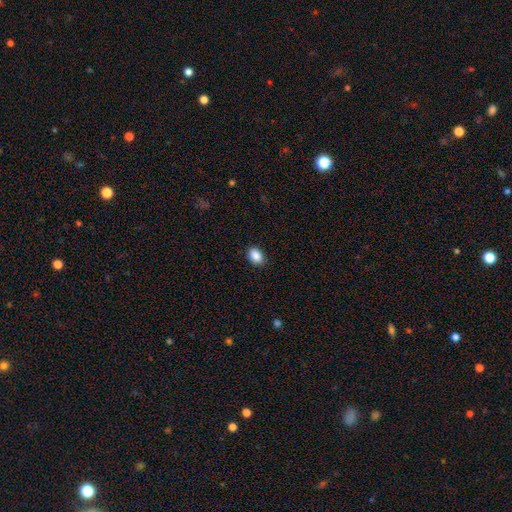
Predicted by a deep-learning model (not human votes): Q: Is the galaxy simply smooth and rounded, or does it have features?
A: smooth — 88%.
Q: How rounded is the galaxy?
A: in between — 76%.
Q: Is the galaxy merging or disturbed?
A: none — 88%.